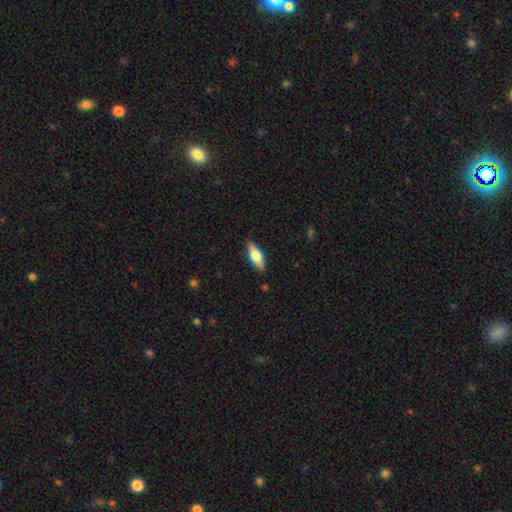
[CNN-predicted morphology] Smooth or featured? Predicted: smooth (p=0.57). How rounded? Predicted: in between (p=0.65). Merging? Predicted: none (p=0.86).